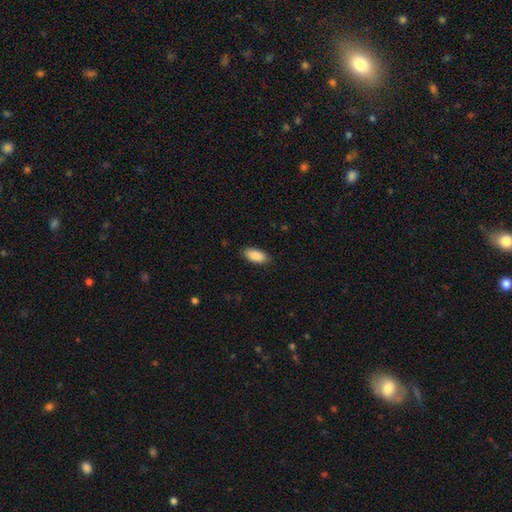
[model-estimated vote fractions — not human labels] A smooth galaxy with no disk features (90%) that is in between round and cigar-shaped (90%).

Vote fractions:
- Smooth or featured? smooth: 90% / star or artifact: 6% / featured or disk: 5%
- How rounded? in between: 90% / cigar-shaped: 8% / round: 2%
- Merging? none: 87% / minor disturbance: 10% / major disturbance: 2% / merger: 1%